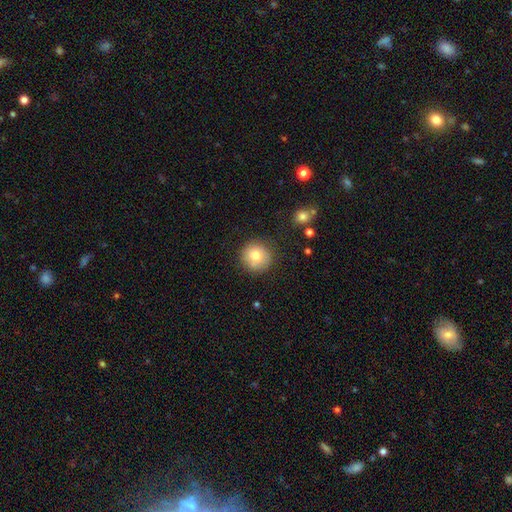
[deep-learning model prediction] Smooth or featured? Predicted: smooth (p=0.79). How rounded? Predicted: round (p=0.94). Merging? Predicted: none (p=0.84).